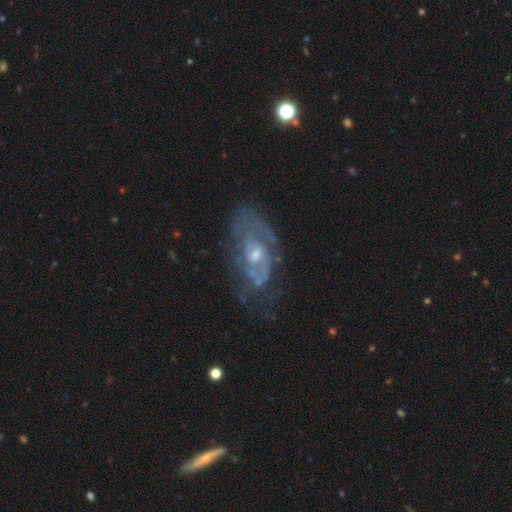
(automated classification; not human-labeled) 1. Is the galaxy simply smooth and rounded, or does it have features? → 78% featured or disk, 13% smooth, 8% star or artifact.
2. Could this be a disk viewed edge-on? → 93% no, 7% yes.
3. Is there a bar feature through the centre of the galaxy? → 66% no, 28% weak, 5% strong.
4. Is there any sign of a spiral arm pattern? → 76% yes, 24% no.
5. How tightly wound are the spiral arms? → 48% tight, 37% medium, 15% loose.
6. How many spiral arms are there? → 41% can't tell, 38% 2, 10% 1, 6% 3, 3% 4, 2% more than 4.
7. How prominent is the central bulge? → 48% moderate, 46% small, 3% none, 2% large, 1% dominant.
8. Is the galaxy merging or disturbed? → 58% none, 23% minor disturbance, 16% major disturbance, 3% merger.